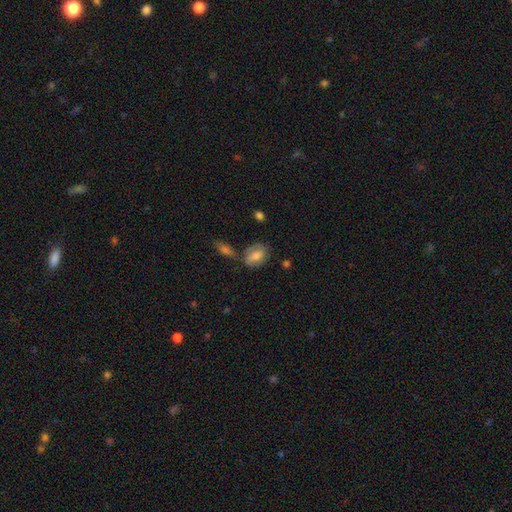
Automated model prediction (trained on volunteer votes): The model was most divided on "merging": none: 60%, minor disturbance: 22%, merger: 11%, major disturbance: 7%. More confident: how rounded — in between (76%); smooth or featured — smooth (70%).